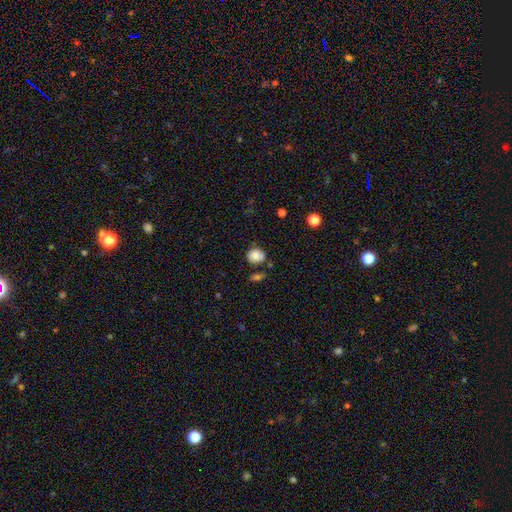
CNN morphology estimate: The model was most divided on "how rounded": round: 75%, in between: 24%, cigar-shaped: 1%. More confident: smooth or featured — smooth (81%); merging — none (70%).